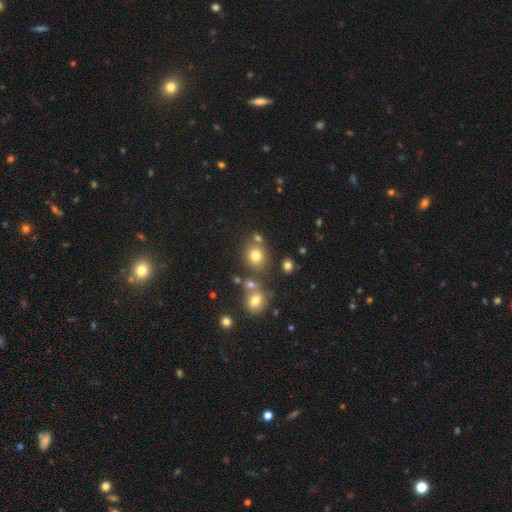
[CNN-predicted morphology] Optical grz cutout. It shows a smooth galaxy with no disk features (76%) that is round (76%). Merging: none (67%).